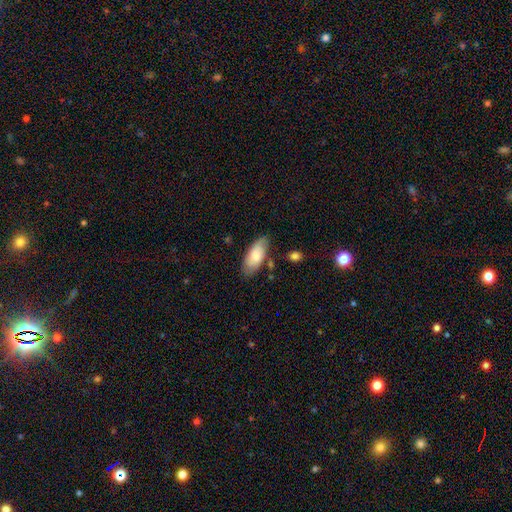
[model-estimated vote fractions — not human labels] Smooth or featured: smooth — 76% (featured or disk — 18%)
How rounded: in between — 89% (cigar-shaped — 9%)
Merging: none — 76% (minor disturbance — 16%)